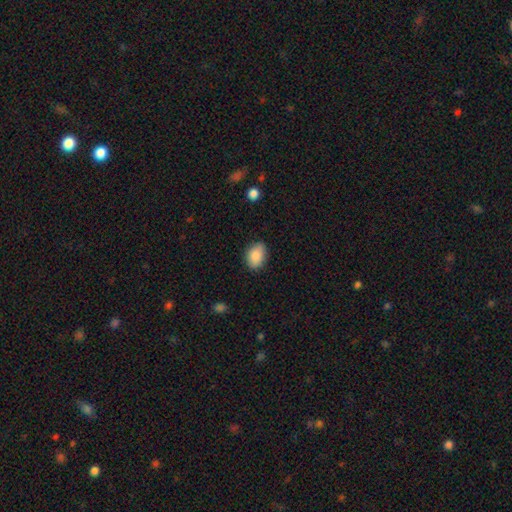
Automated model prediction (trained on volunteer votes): The model was most divided on "how rounded": in between: 80%, round: 19%, cigar-shaped: 1%. More confident: smooth or featured — smooth (87%); merging — none (82%).